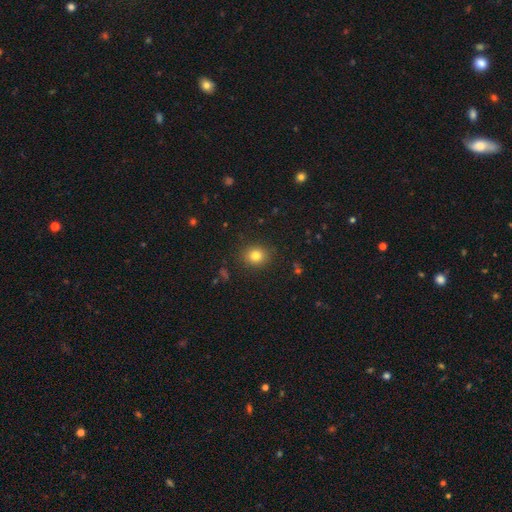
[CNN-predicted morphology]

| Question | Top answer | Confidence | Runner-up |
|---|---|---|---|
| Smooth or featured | smooth | 80% | star or artifact (13%) |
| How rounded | round | 74% | in between (25%) |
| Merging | none | 89% | minor disturbance (8%) |